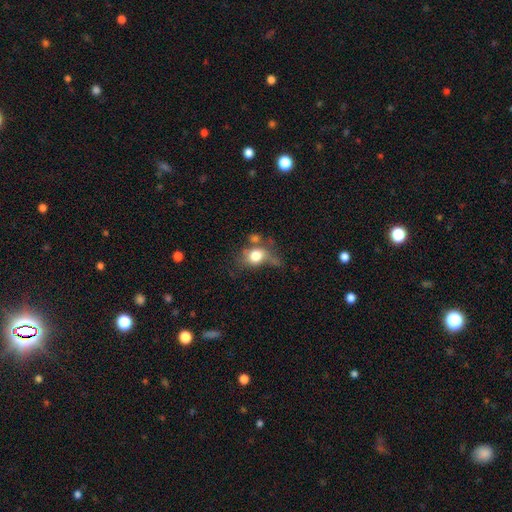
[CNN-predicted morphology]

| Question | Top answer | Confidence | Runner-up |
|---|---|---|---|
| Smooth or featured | smooth | 71% | featured or disk (18%) |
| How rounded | round | 51% | in between (47%) |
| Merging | none | 31% | major disturbance (26%) |